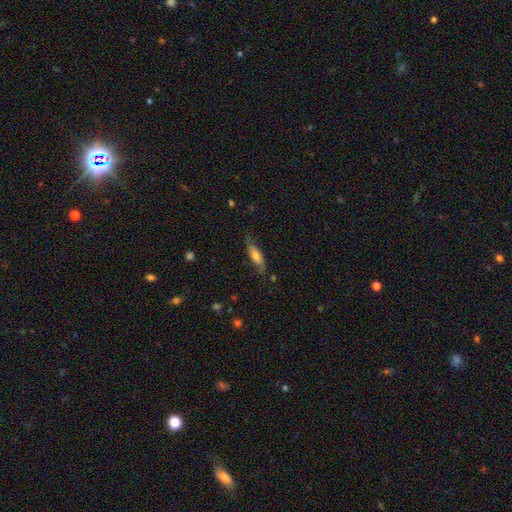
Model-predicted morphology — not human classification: smooth 56%, featured or disk 37%, star or artifact 7%. Down the decision tree: how rounded — cigar-shaped (58%); merging — none (69%).